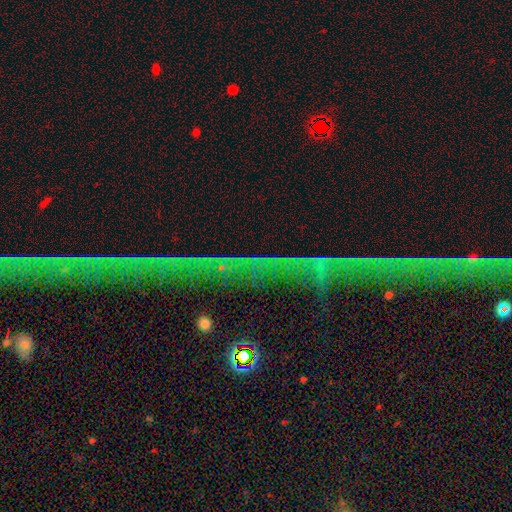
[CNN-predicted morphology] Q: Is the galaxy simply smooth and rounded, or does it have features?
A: star or artifact — 79%.